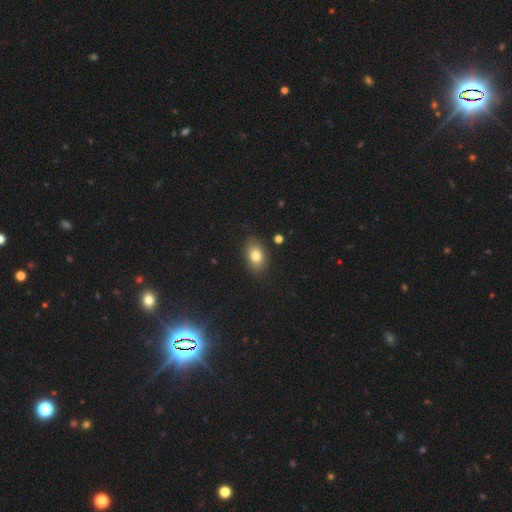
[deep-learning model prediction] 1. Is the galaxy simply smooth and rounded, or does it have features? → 80% smooth, 11% featured or disk, 9% star or artifact.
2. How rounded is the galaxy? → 84% in between, 14% round, 2% cigar-shaped.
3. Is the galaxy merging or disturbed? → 84% none, 12% minor disturbance, 3% major disturbance, 2% merger.